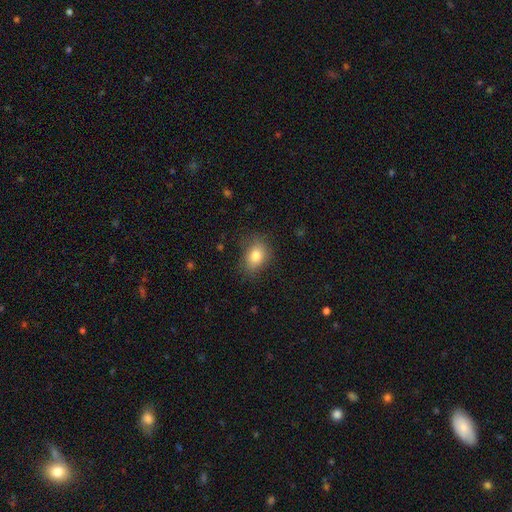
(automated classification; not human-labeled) This appears to be a smooth galaxy with no disk features (82%) that is in between round and cigar-shaped (71%). Merging: none (76%).